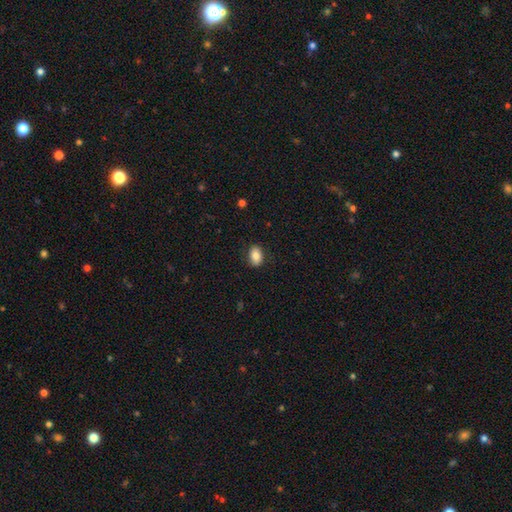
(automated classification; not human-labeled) Q: Smooth or featured?
A: smooth (83%); runner-up: featured or disk (9%)
Q: How rounded?
A: in between (84%); runner-up: round (14%)
Q: Merging?
A: none (85%); runner-up: minor disturbance (11%)